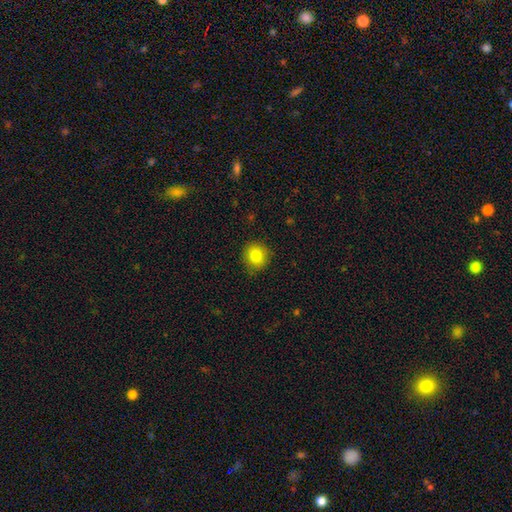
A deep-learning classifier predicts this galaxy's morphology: type=smooth (82%); roundness=round (86%); merging=none (88%).